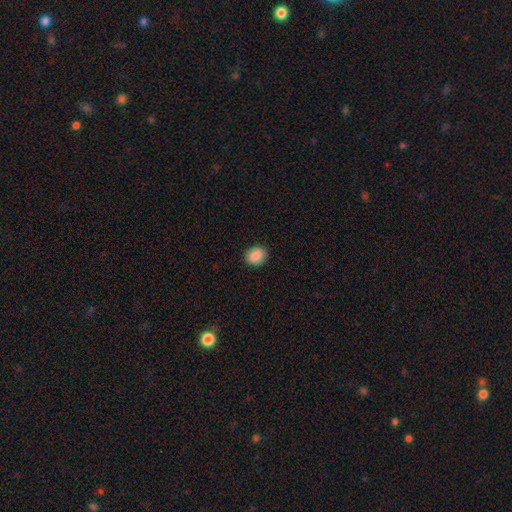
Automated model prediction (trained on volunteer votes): Smooth or featured?
  - smooth: 88% *
  - star or artifact: 8%
  - featured or disk: 4%
How rounded?
  - round: 58% *
  - in between: 41%
  - cigar-shaped: 1%
Merging?
  - none: 88% *
  - minor disturbance: 8%
  - major disturbance: 2%
  - merger: 1%